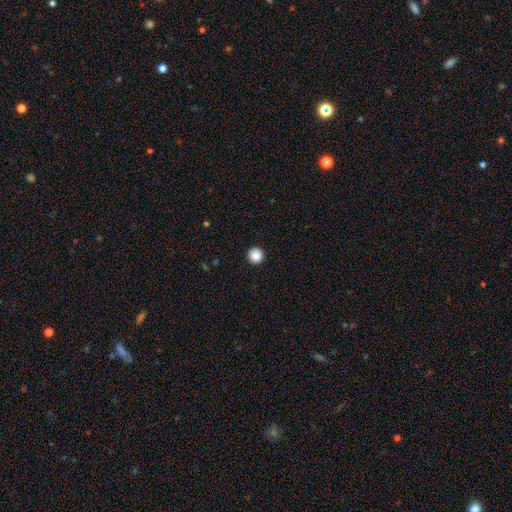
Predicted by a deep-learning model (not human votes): Smooth or featured?
  - smooth: 86% *
  - star or artifact: 9%
  - featured or disk: 4%
How rounded?
  - round: 96% *
  - in between: 3%
  - cigar-shaped: 1%
Merging?
  - none: 93% *
  - minor disturbance: 4%
  - major disturbance: 1%
  - merger: 1%